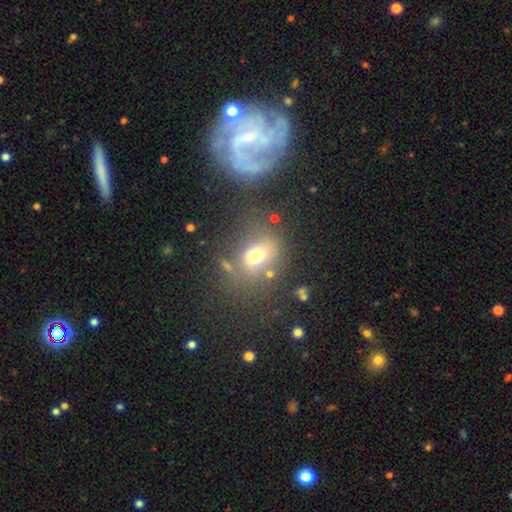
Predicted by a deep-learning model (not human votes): Smooth or featured? Predicted: smooth (p=0.69). How rounded? Predicted: in between (p=0.50). Merging? Predicted: none (p=0.65).